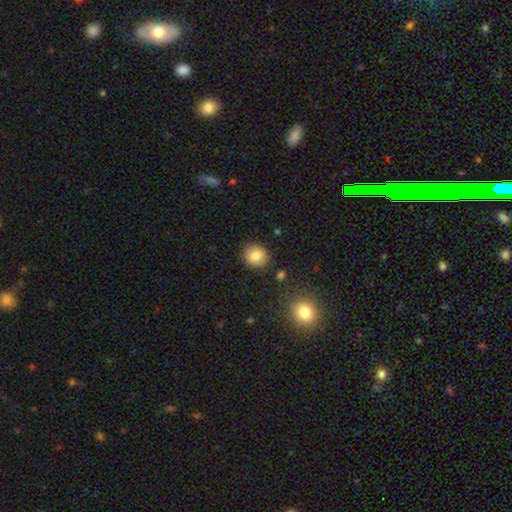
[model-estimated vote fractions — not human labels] smooth-or-featured: smooth: 80% | featured or disk: 10% | star or artifact: 10%
  how-rounded: round: 79% | in between: 20% | cigar-shaped: 1%
  merging: none: 86% | minor disturbance: 9% | major disturbance: 3% | merger: 2%